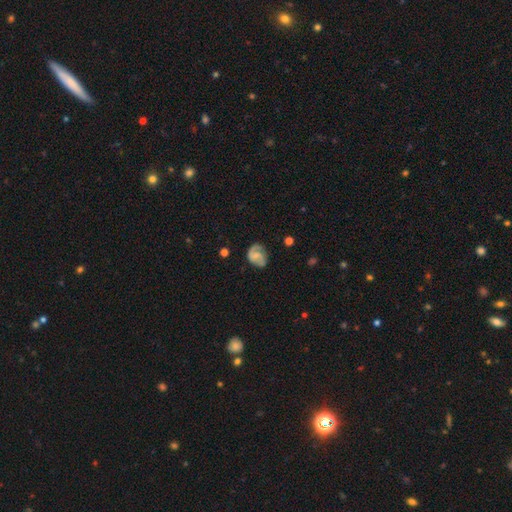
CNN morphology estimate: Smooth or featured?
  - featured or disk: 61% *
  - smooth: 31%
  - star or artifact: 8%
Edge-on disk?
  - no: 98% *
  - yes: 2%
Bar?
  - no: 54% *
  - weak: 38%
  - strong: 8%
Spiral arms?
  - yes: 88% *
  - no: 12%
Spiral winding?
  - medium: 44% *
  - tight: 29%
  - loose: 27%
Spiral arm count?
  - 2: 67% *
  - 1: 17%
  - can't tell: 11%
  - 3: 3%
  - 4: 1%
  - more than 4: 1%
Bulge size?
  - small: 46% *
  - none: 29%
  - moderate: 22%
  - large: 2%
  - dominant: 1%
Merging?
  - none: 58% *
  - minor disturbance: 26%
  - major disturbance: 13%
  - merger: 2%